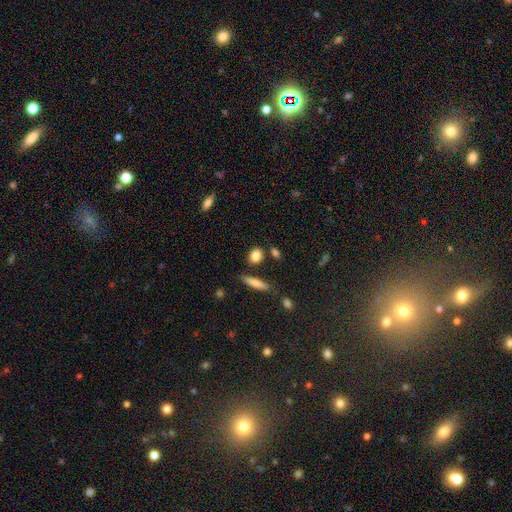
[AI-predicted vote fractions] A smooth galaxy with no disk features (84%) that is in between round and cigar-shaped (52%).

Vote fractions:
- Smooth or featured? smooth: 84% / star or artifact: 9% / featured or disk: 7%
- How rounded? in between: 52% / round: 41% / cigar-shaped: 8%
- Merging? none: 78% / minor disturbance: 11% / merger: 7% / major disturbance: 3%